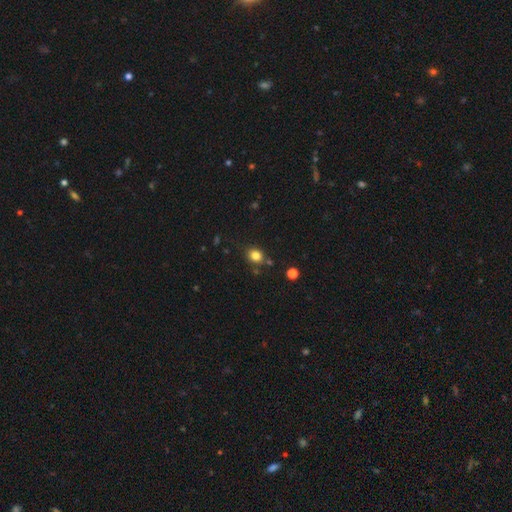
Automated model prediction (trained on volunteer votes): Smooth or featured?
  - smooth: 81% *
  - star or artifact: 13%
  - featured or disk: 6%
How rounded?
  - round: 68% *
  - in between: 31%
  - cigar-shaped: 1%
Merging?
  - none: 79% *
  - minor disturbance: 12%
  - merger: 6%
  - major disturbance: 3%